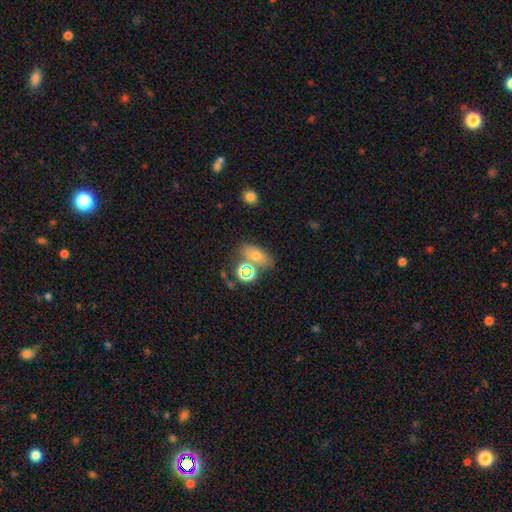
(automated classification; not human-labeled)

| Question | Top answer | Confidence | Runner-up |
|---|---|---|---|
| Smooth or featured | smooth | 65% | star or artifact (19%) |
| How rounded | in between | 77% | round (16%) |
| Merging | none | 60% | merger (21%) |